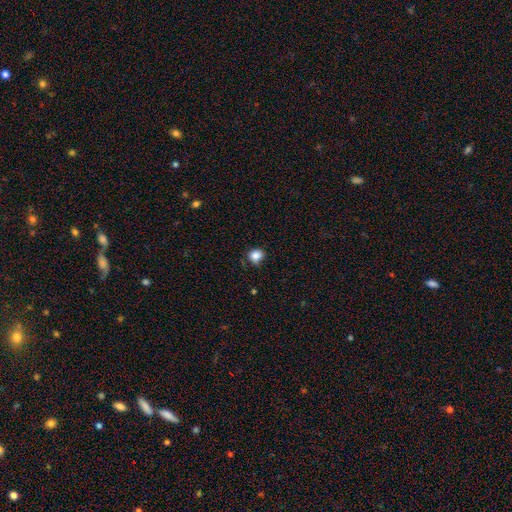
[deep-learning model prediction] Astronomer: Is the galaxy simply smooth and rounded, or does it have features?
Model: smooth — 85%.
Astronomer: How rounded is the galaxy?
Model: round — 68%.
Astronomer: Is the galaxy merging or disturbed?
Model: none — 67%.